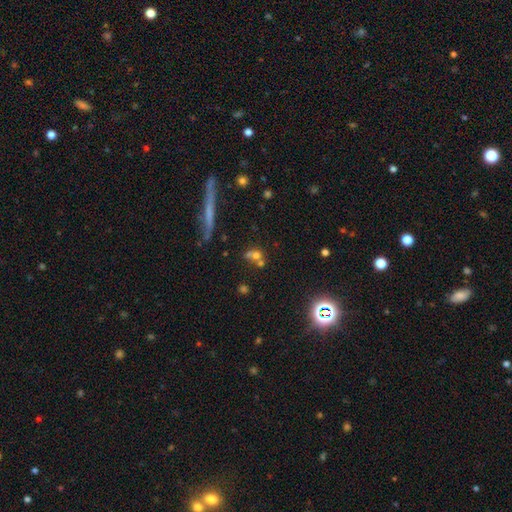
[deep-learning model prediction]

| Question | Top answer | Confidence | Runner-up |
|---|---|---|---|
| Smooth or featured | smooth | 58% | star or artifact (21%) |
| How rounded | round | 69% | in between (25%) |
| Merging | merger | 47% | none (39%) |